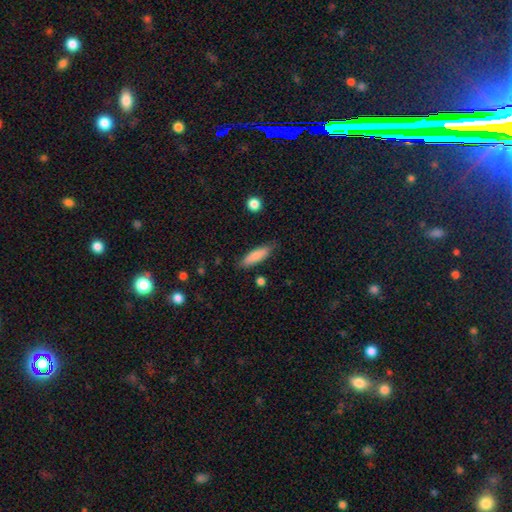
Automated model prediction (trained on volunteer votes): A smooth galaxy with no disk features (83%) that is cigar-shaped (55%). Merging: none (81%).